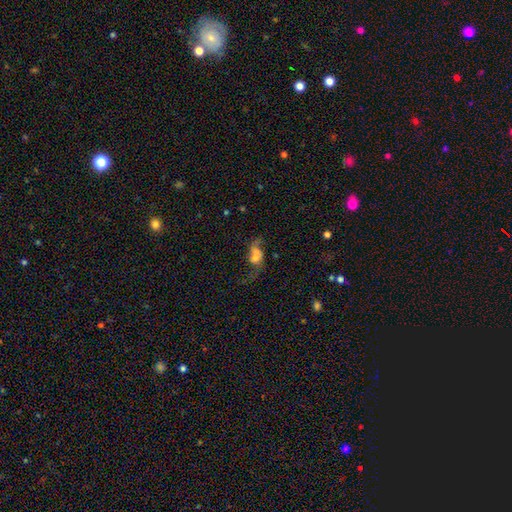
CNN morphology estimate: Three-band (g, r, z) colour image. It shows a featured or disk galaxy (48%). Merging: major disturbance (31%).